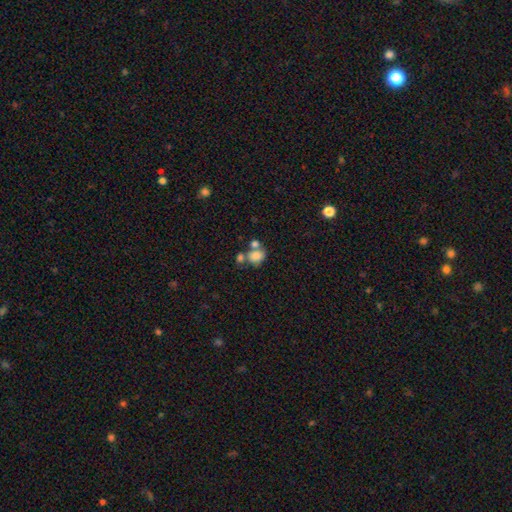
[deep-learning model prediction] Smooth or featured? Predicted: smooth (p=0.79). How rounded? Predicted: in between (p=0.54). Merging? Predicted: merger (p=0.44).